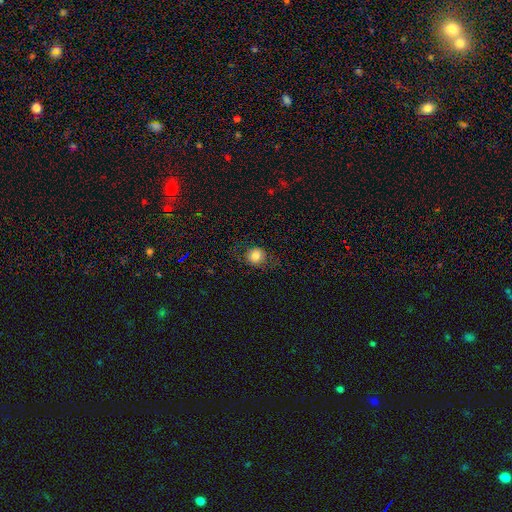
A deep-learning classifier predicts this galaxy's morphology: A smooth galaxy with no disk features (78%) that is round (86%).

Vote fractions:
- Smooth or featured? smooth: 78% / featured or disk: 11% / star or artifact: 11%
- How rounded? round: 86% / in between: 13% / cigar-shaped: 1%
- Merging? none: 82% / minor disturbance: 12% / major disturbance: 6% / merger: 1%